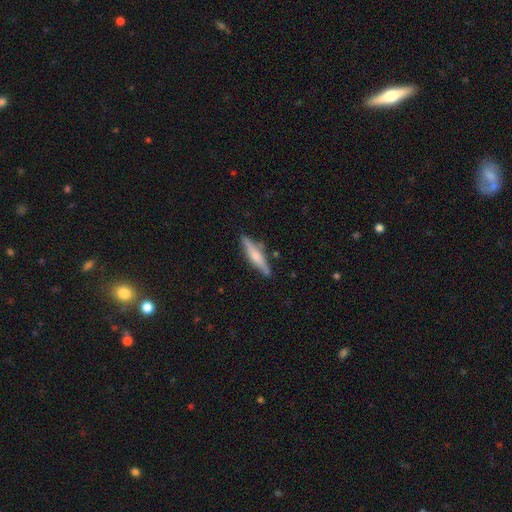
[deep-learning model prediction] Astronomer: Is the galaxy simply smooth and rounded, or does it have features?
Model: featured or disk — 51% (runner-up: smooth, 43%).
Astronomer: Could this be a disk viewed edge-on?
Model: yes — 96%.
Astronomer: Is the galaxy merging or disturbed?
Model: none — 83%.